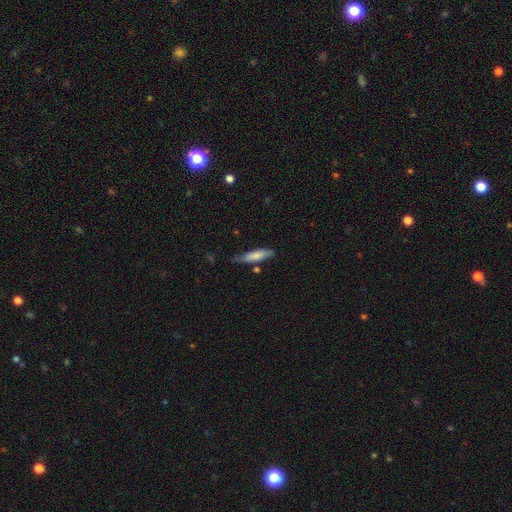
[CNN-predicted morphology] Overall: smooth (74%). How rounded: cigar-shaped (74%). Merging: none (64%; minor disturbance 26%).